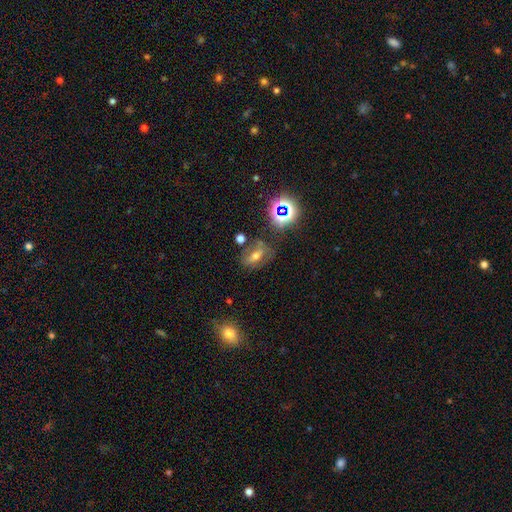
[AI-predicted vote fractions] This appears to be a smooth galaxy with no disk features (38%). Merging: none (62%).